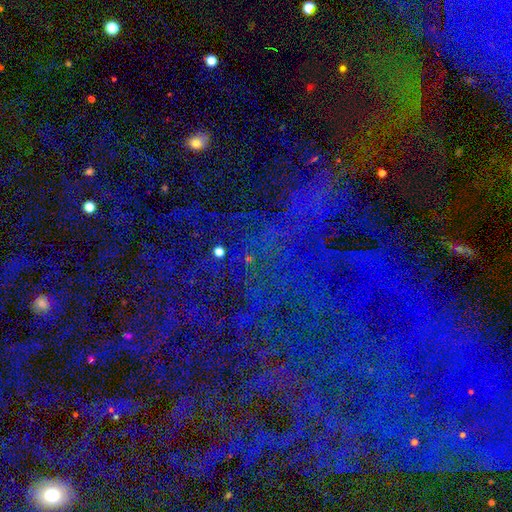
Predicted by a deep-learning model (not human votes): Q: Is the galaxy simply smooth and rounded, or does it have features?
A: star or artifact — 83%.